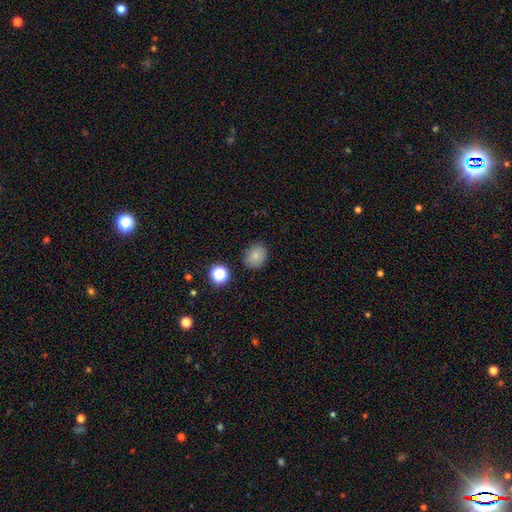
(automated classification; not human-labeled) Smooth or featured? Predicted: smooth (p=0.78). How rounded? Predicted: in between (p=0.50). Merging? Predicted: none (p=0.83).